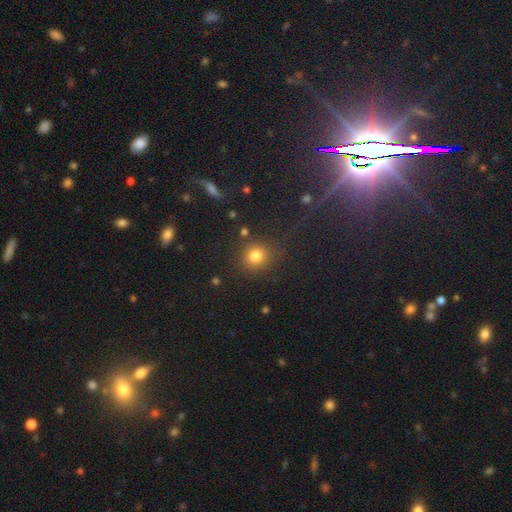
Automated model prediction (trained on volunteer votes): Smooth or featured? Predicted: smooth (p=0.79). How rounded? Predicted: round (p=0.89). Merging? Predicted: none (p=0.79).